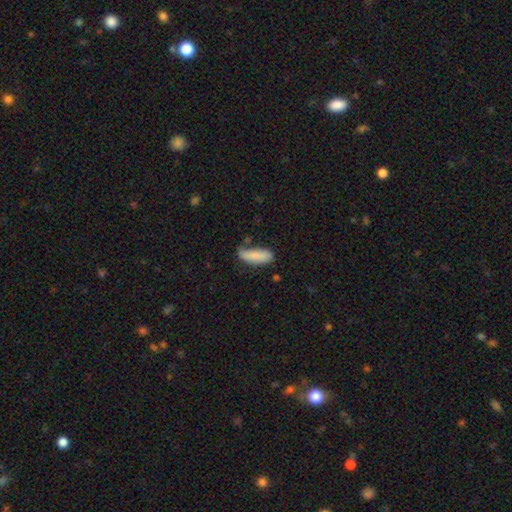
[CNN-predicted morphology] A smooth galaxy with no disk features (82%) that is in between round and cigar-shaped (59%).

Vote fractions:
- Smooth or featured? smooth: 82% / featured or disk: 11% / star or artifact: 7%
- How rounded? in between: 59% / cigar-shaped: 39% / round: 2%
- Merging? none: 51% / minor disturbance: 31% / major disturbance: 11% / merger: 6%